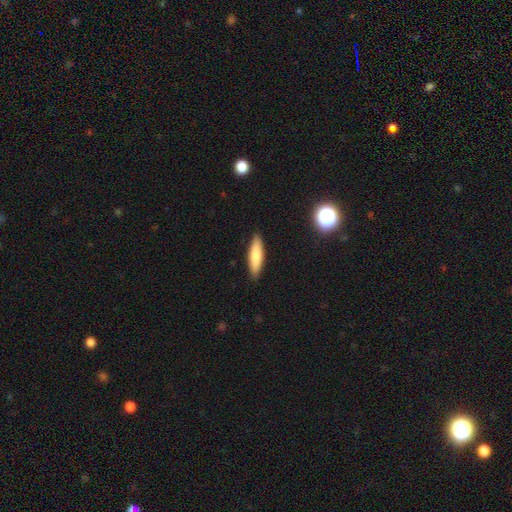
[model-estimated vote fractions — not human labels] Morphology: type=smooth (78%); roundness=cigar-shaped (69%); merging=none (89%).